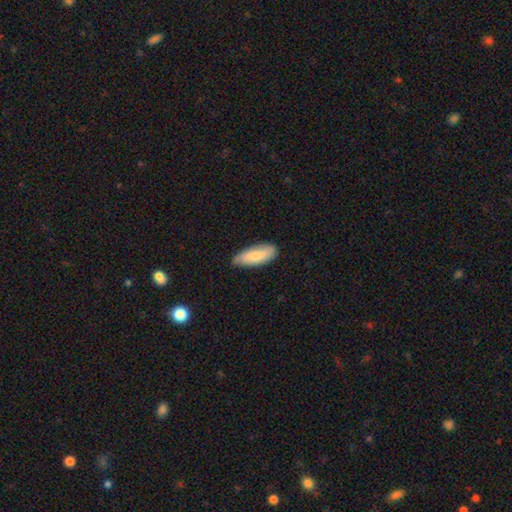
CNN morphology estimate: Smooth or featured: smooth — 75% (featured or disk — 20%)
How rounded: in between — 69% (cigar-shaped — 29%)
Merging: none — 77% (minor disturbance — 19%)